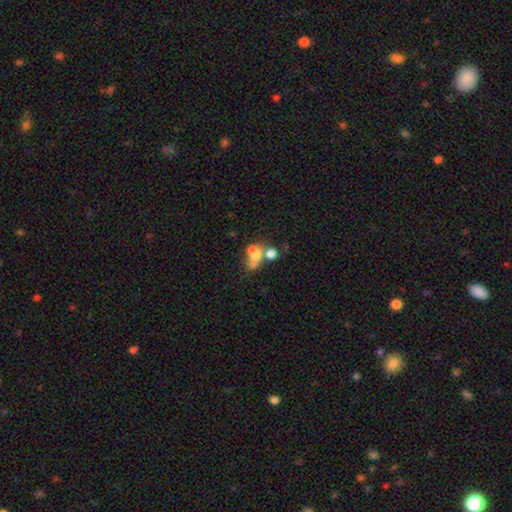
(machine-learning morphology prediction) Smooth or featured?
  - smooth: 52% *
  - featured or disk: 32%
  - star or artifact: 15%
How rounded?
  - round: 59% *
  - in between: 40%
  - cigar-shaped: 2%
Merging?
  - merger: 55% *
  - none: 28%
  - major disturbance: 9%
  - minor disturbance: 8%